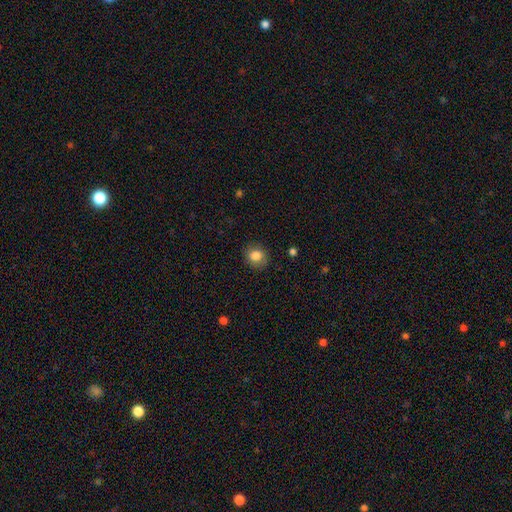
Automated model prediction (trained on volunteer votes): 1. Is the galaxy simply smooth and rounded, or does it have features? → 83% smooth, 10% star or artifact, 7% featured or disk.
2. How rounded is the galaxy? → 79% round, 20% in between, 1% cigar-shaped.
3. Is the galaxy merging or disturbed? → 88% none, 9% minor disturbance, 2% major disturbance, 1% merger.